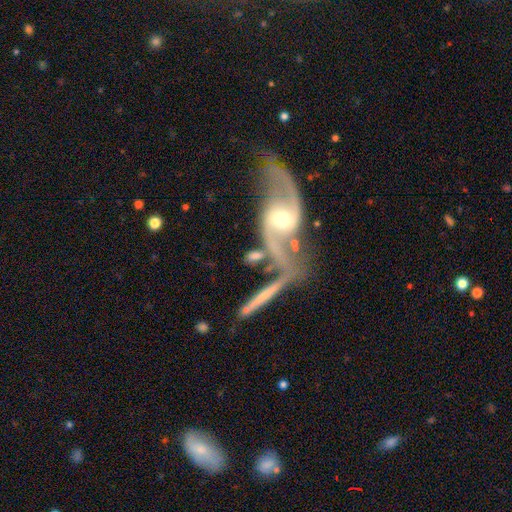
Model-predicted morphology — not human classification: type=featured or disk (50%); edge-on=no (71%); merging=none (39%).